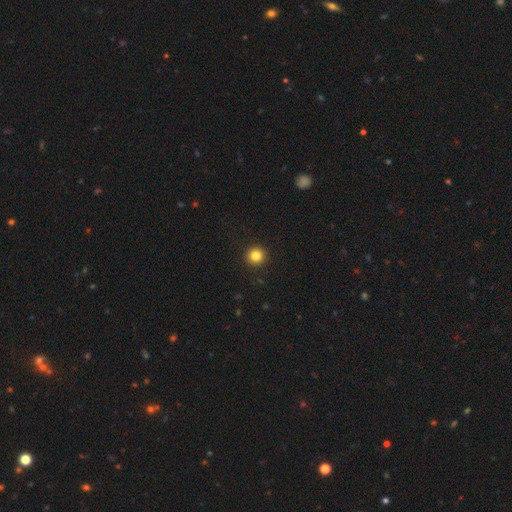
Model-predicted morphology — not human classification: type=smooth (83%); roundness=round (96%); merging=none (93%).